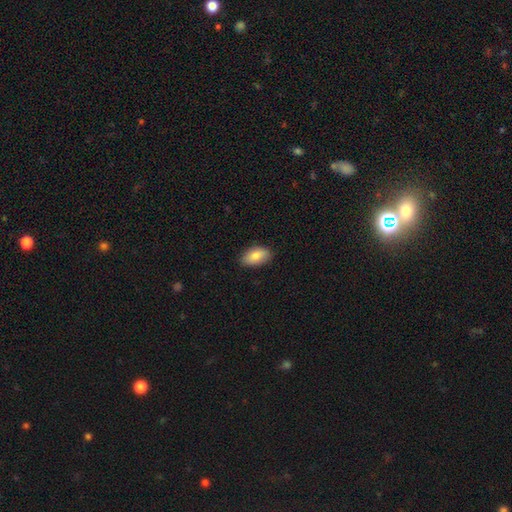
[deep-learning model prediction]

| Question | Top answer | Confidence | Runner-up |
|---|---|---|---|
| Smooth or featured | smooth | 83% | featured or disk (10%) |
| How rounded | in between | 93% | round (4%) |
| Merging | none | 84% | minor disturbance (12%) |